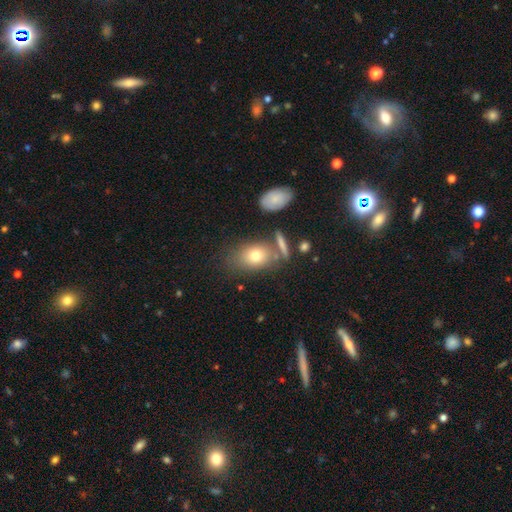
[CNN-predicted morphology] A smooth galaxy with no disk features (73%) that is in between round and cigar-shaped (73%).

Vote fractions:
- Smooth or featured? smooth: 73% / featured or disk: 17% / star or artifact: 10%
- How rounded? in between: 73% / round: 24% / cigar-shaped: 3%
- Merging? none: 63% / minor disturbance: 16% / merger: 14% / major disturbance: 7%